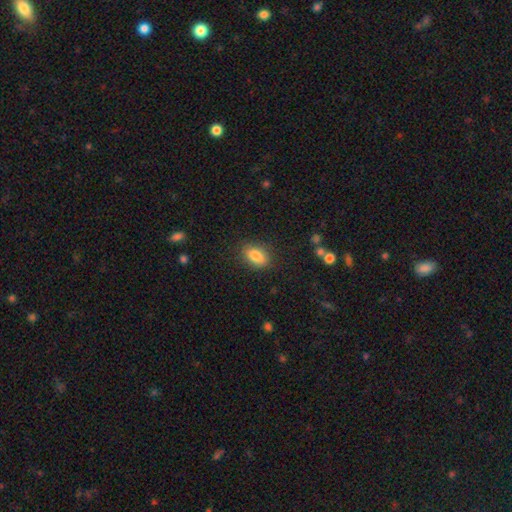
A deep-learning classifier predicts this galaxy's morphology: type=smooth (85%); roundness=in between (87%); merging=none (85%).